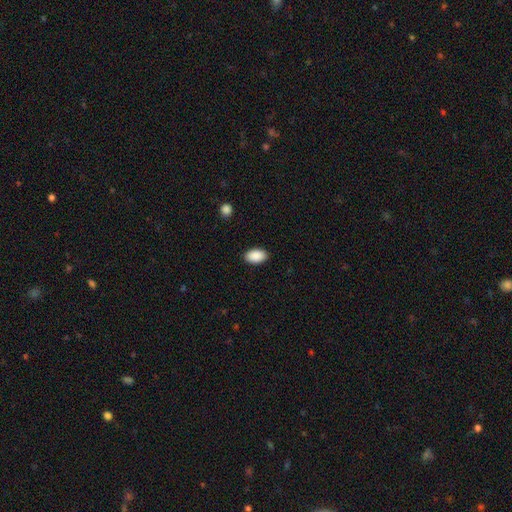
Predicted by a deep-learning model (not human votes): This appears to be a smooth galaxy with no disk features (91%) that is in between round and cigar-shaped (93%). Merging: none (89%).